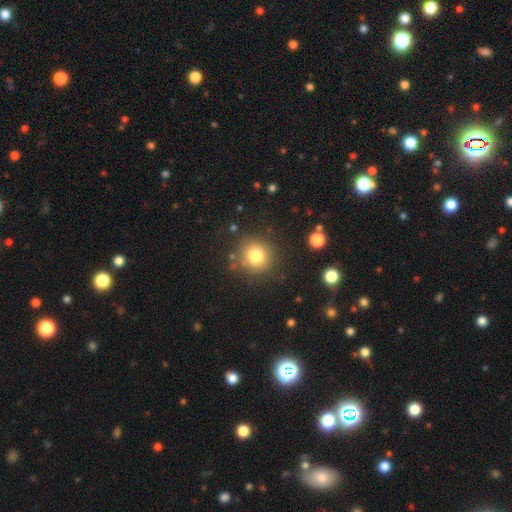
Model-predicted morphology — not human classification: This is likely a smooth galaxy (79%). How rounded: clearly round (91%). Merging: clearly none (84%).